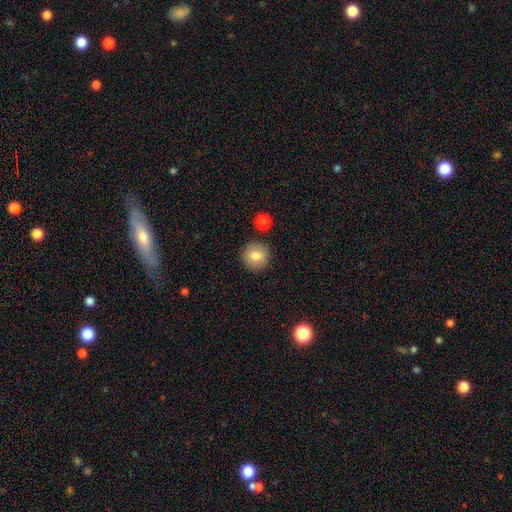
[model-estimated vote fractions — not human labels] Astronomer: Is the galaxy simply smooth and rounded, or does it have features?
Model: smooth — 82%.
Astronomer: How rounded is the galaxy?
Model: round — 93%.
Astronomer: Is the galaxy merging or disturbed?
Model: none — 88%.